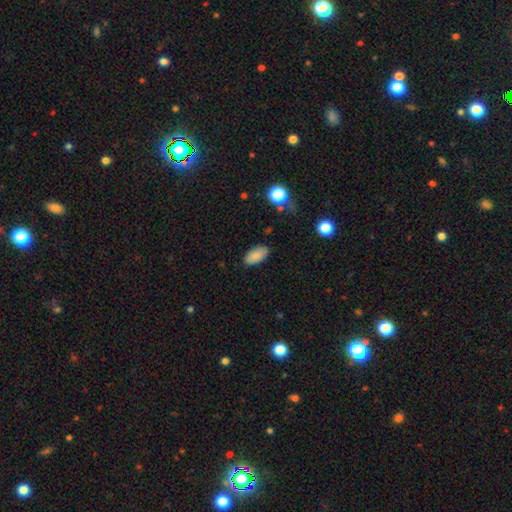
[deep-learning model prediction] Smooth or featured: smooth — 85% (featured or disk — 8%)
How rounded: in between — 94% (cigar-shaped — 3%)
Merging: none — 83% (minor disturbance — 13%)